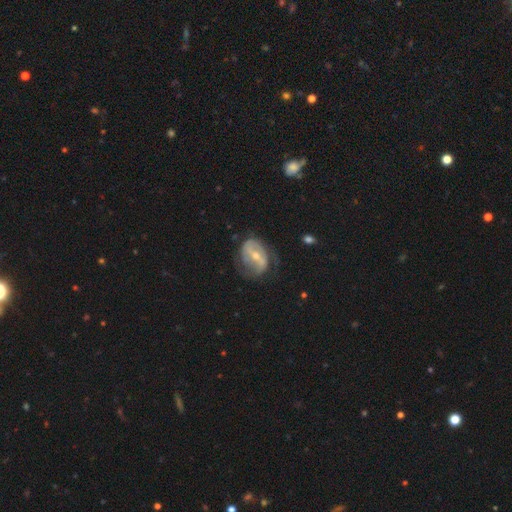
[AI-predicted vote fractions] Overall: featured or disk (76%). Edge-on disk: no (95%). Bar: strong (44%; weak 37%). Spiral arms: yes (78%). Spiral arm count: 2 (67%). Spiral winding: medium (40%; loose 30%). Bulge size: moderate (49%; small 47%). Merging: none (53%; minor disturbance 27%).